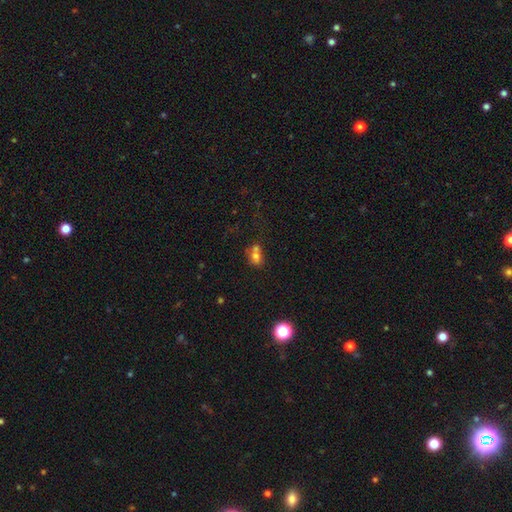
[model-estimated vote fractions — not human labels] This is likely a smooth galaxy (64%). How rounded: possibly round (52%). Merging: possibly merger (51%).